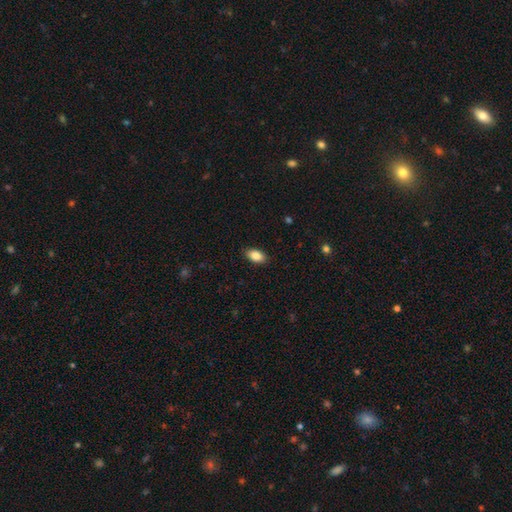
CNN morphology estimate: Smooth or featured? smooth (86%)
How rounded? in between (93%)
Merging? none (89%)